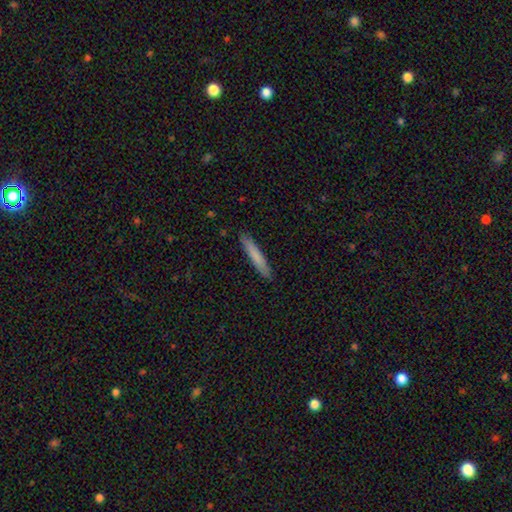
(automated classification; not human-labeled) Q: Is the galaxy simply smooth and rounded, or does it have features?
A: smooth — 78%.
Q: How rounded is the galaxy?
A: cigar-shaped — 94%.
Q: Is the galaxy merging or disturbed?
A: none — 90%.